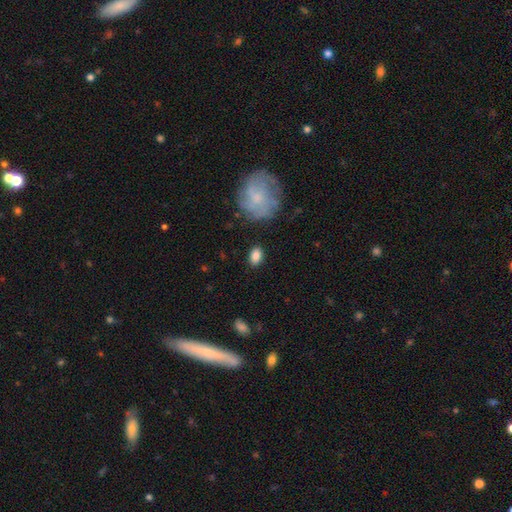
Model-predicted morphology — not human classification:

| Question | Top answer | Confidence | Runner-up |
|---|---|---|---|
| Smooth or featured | smooth | 86% | star or artifact (7%) |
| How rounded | in between | 84% | round (14%) |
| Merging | none | 86% | minor disturbance (10%) |